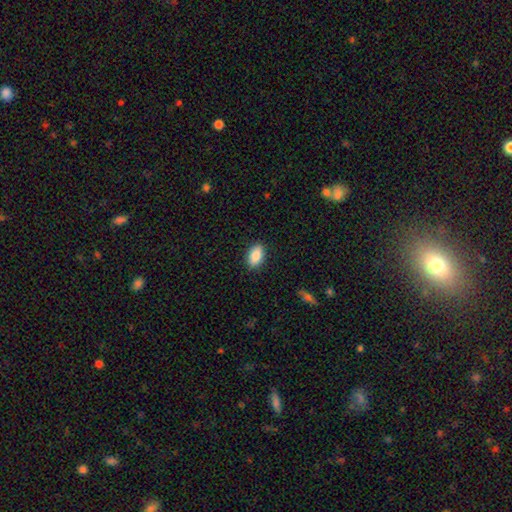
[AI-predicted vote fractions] The model was most divided on "merging": none: 88%, minor disturbance: 9%, major disturbance: 2%, merger: 1%. More confident: how rounded — in between (91%); smooth or featured — smooth (88%).